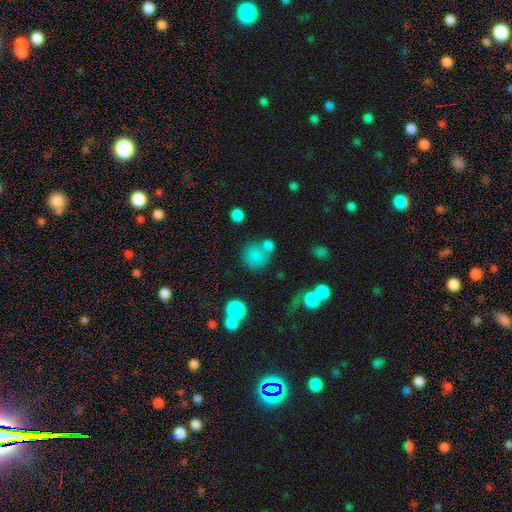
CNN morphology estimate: A smooth galaxy with no disk features (77%) that is round (84%).

Vote fractions:
- Smooth or featured? smooth: 77% / star or artifact: 14% / featured or disk: 10%
- How rounded? round: 84% / in between: 15% / cigar-shaped: 1%
- Merging? none: 57% / merger: 23% / minor disturbance: 13% / major disturbance: 7%